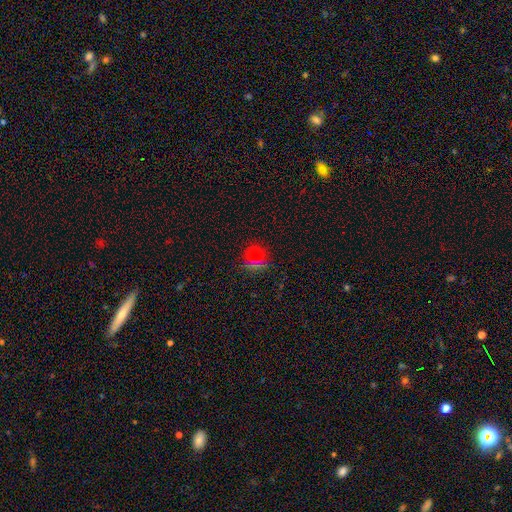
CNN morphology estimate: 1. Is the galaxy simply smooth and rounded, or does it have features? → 59% smooth, 29% star or artifact, 12% featured or disk.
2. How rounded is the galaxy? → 87% round, 11% in between, 1% cigar-shaped.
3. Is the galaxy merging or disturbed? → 68% none, 14% minor disturbance, 11% merger, 7% major disturbance.